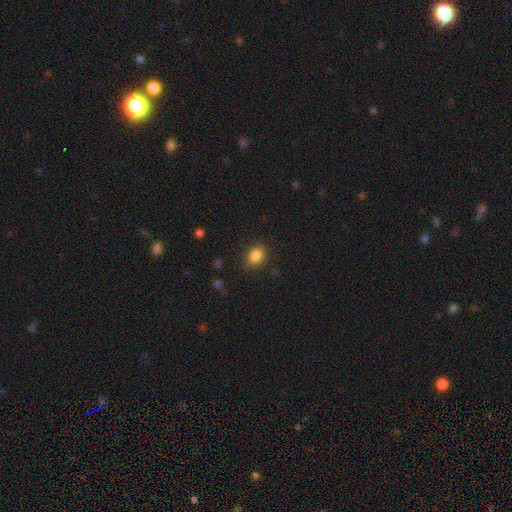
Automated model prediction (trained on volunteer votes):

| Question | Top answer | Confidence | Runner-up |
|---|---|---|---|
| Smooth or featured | smooth | 86% | star or artifact (10%) |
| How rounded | in between | 73% | round (26%) |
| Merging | none | 85% | minor disturbance (11%) |